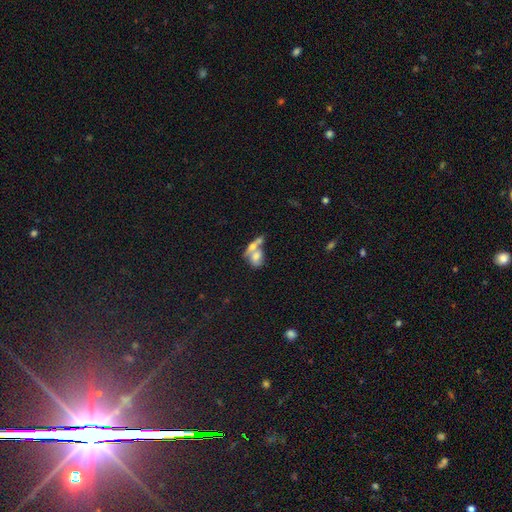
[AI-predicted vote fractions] smooth 57%, featured or disk 34%, star or artifact 9%. Down the decision tree: how rounded — in between (71%); merging — merger (64%).